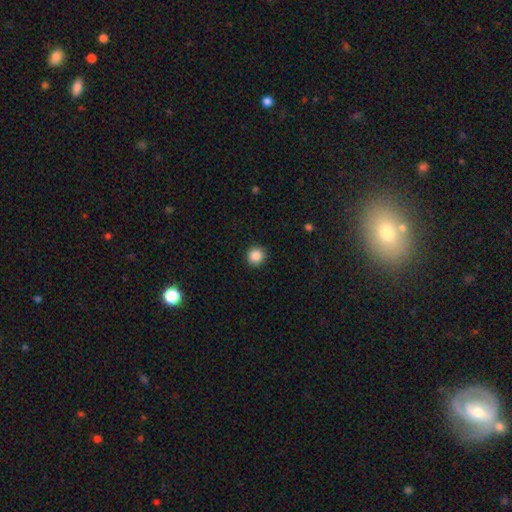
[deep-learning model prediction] Smooth or featured: smooth — 87% (star or artifact — 10%)
How rounded: round — 93% (in between — 6%)
Merging: none — 91% (minor disturbance — 6%)